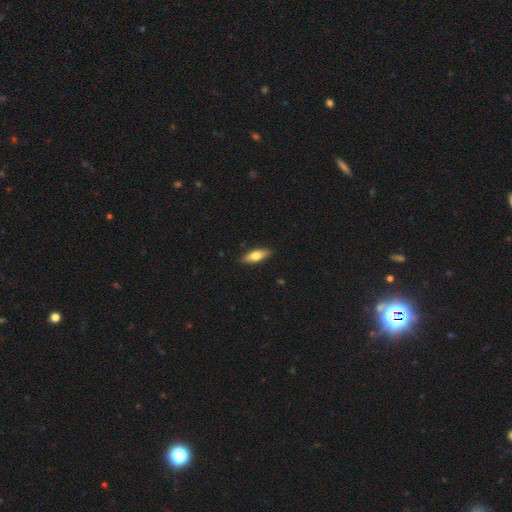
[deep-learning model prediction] The model was most divided on "how rounded": in between: 68%, cigar-shaped: 30%, round: 3%. More confident: merging — none (88%); smooth or featured — smooth (71%).